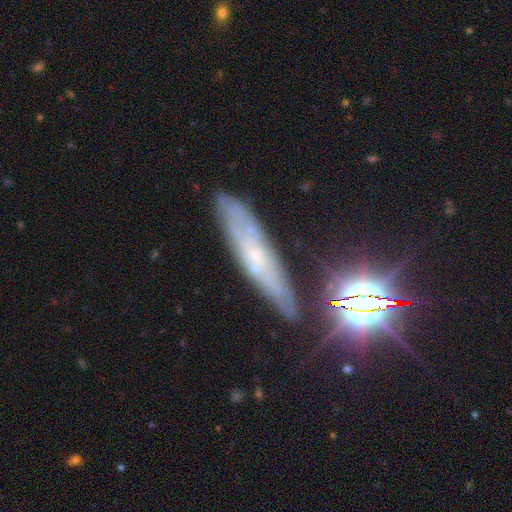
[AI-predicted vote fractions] smooth_or_featured: featured or disk (p=0.61) [alt: smooth p=0.23]
disk_edge_on: yes (p=0.50) [tied with: no p=0.50]
merging: none (p=0.79) [alt: minor disturbance p=0.15]